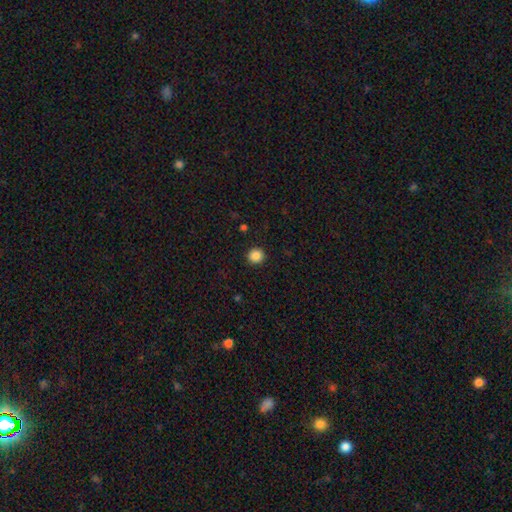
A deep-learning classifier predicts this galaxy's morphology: Smooth or featured: smooth — 87% (star or artifact — 10%)
How rounded: round — 94% (in between — 5%)
Merging: none — 93% (minor disturbance — 5%)